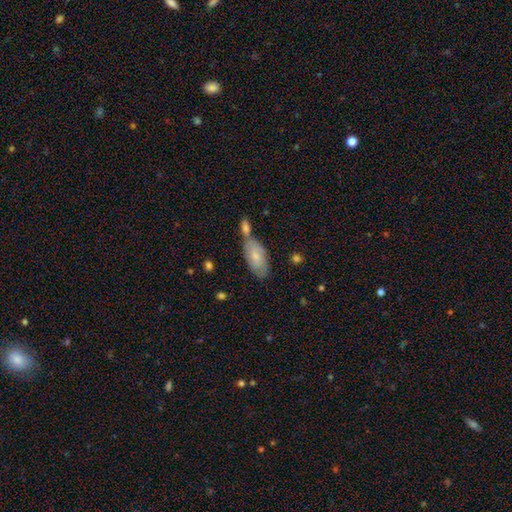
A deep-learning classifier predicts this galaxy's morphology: Overall: smooth (57%; featured or disk 36%). How rounded: in between (88%). Merging: none (48%; merger 31%).